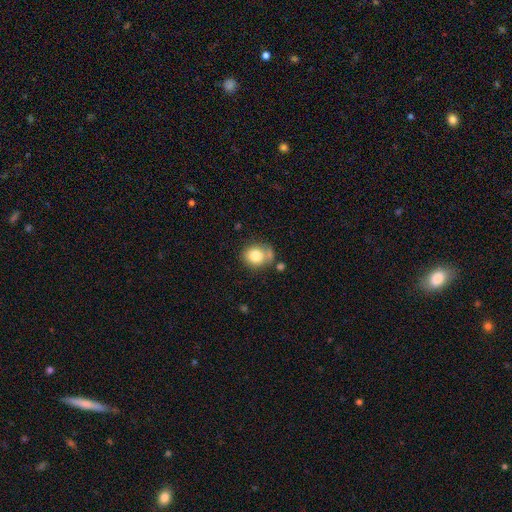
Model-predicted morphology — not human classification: Smooth or featured: smooth — 79% (featured or disk — 11%)
How rounded: round — 76% (in between — 23%)
Merging: none — 60% (minor disturbance — 20%)